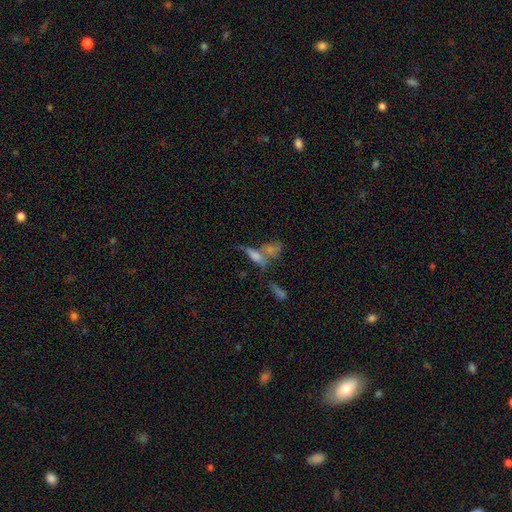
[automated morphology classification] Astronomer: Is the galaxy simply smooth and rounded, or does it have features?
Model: smooth — 53% (runner-up: featured or disk, 33%).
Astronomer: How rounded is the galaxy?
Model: in between — 51% (runner-up: cigar-shaped, 44%).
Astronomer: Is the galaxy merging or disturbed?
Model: merger — 45% (runner-up: none, 34%).